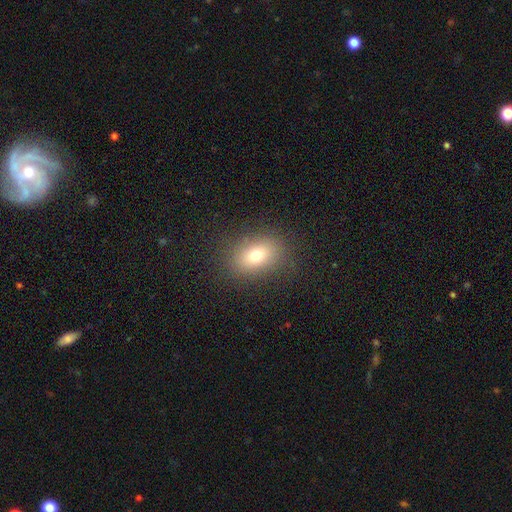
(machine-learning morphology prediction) A smooth galaxy with no disk features (75%) that is in between round and cigar-shaped (75%).

Vote fractions:
- Smooth or featured? smooth: 75% / star or artifact: 13% / featured or disk: 13%
- How rounded? in between: 75% / round: 23% / cigar-shaped: 2%
- Merging? none: 85% / minor disturbance: 10% / major disturbance: 4% / merger: 1%